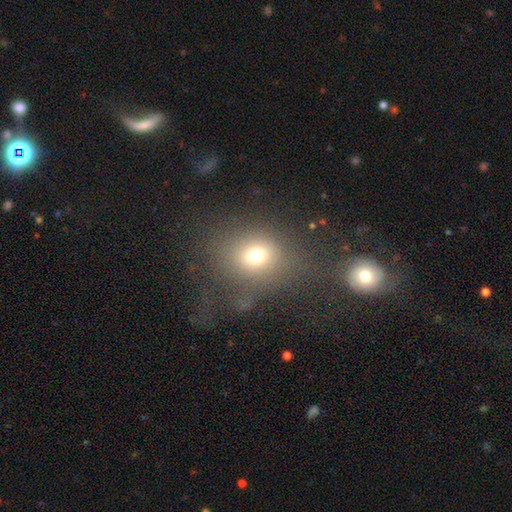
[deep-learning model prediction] Smooth or featured? smooth (69%)
How rounded? round (70%)
Merging? none (56%)